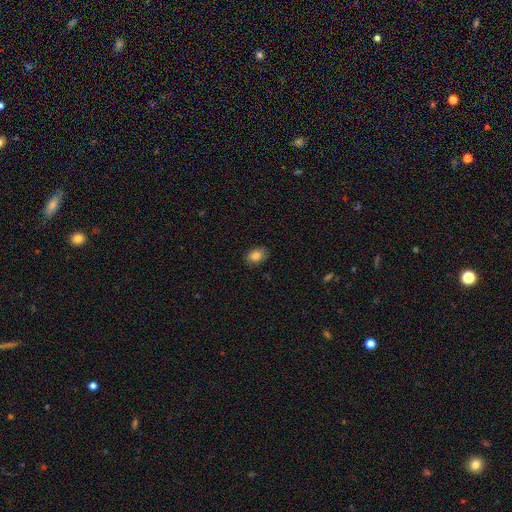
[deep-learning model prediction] A smooth galaxy with no disk features (83%) that is in between round and cigar-shaped (75%).

Vote fractions:
- Smooth or featured? smooth: 83% / star or artifact: 9% / featured or disk: 8%
- How rounded? in between: 75% / round: 24% / cigar-shaped: 1%
- Merging? none: 84% / minor disturbance: 12% / major disturbance: 2% / merger: 1%